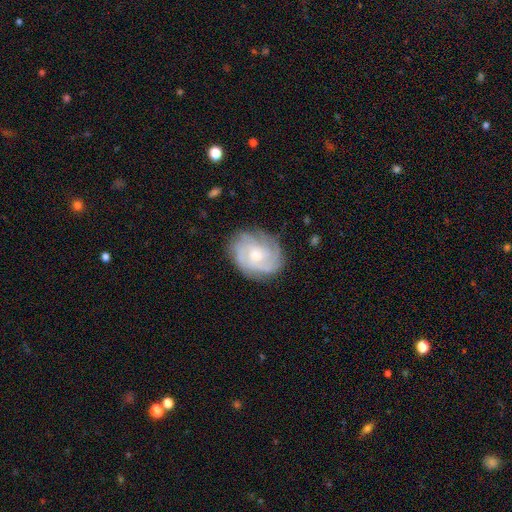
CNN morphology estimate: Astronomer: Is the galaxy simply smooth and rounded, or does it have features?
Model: featured or disk — 78%.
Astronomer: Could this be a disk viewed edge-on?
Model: no — 97%.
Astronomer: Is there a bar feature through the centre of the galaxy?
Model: no — 74%.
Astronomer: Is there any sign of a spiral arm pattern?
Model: yes — 94%.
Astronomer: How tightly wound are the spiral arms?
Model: tight — 65%.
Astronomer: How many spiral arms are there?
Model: can't tell — 32% (runner-up: 3, 26%).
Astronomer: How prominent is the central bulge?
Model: moderate — 49% (runner-up: small, 45%).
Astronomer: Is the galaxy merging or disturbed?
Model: none — 77%.